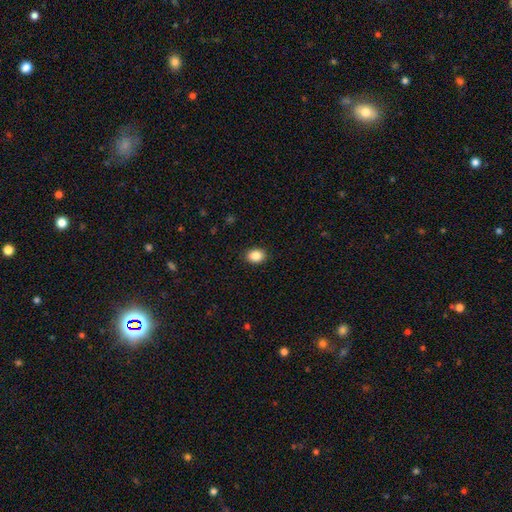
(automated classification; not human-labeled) Morphology: type=smooth (87%); roundness=in between (63%); merging=none (89%).